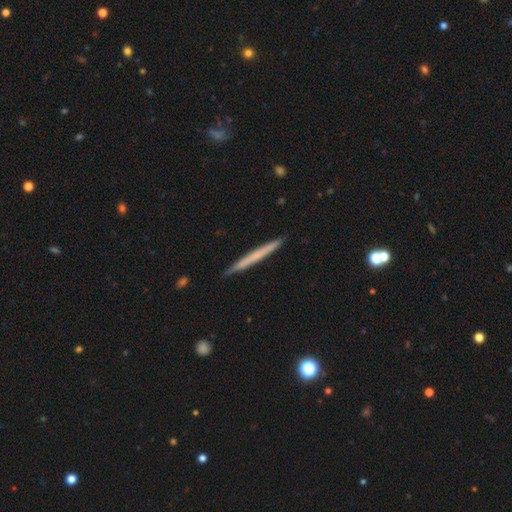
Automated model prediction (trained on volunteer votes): A smooth galaxy with no disk features (53%) that is cigar-shaped (97%).

Vote fractions:
- Smooth or featured? smooth: 53% / featured or disk: 41% / star or artifact: 6%
- How rounded? cigar-shaped: 97% / in between: 2% / round: 1%
- Merging? none: 91% / minor disturbance: 7% / major disturbance: 1% / merger: 1%